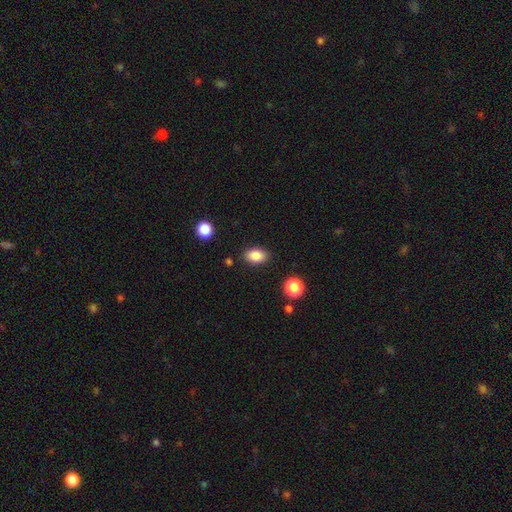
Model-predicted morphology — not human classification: smooth-or-featured: smooth: 85% | star or artifact: 9% | featured or disk: 6%
  how-rounded: in between: 87% | round: 11% | cigar-shaped: 2%
  merging: none: 85% | minor disturbance: 10% | major disturbance: 3% | merger: 2%